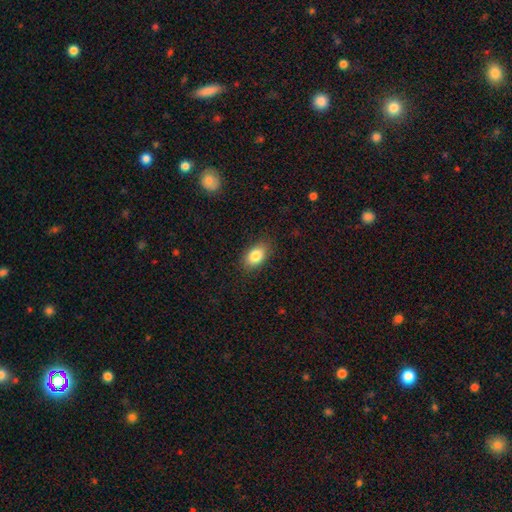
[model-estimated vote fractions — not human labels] The model was most divided on "merging": none: 85%, minor disturbance: 11%, major disturbance: 3%, merger: 1%. More confident: how rounded — in between (88%); smooth or featured — smooth (84%).